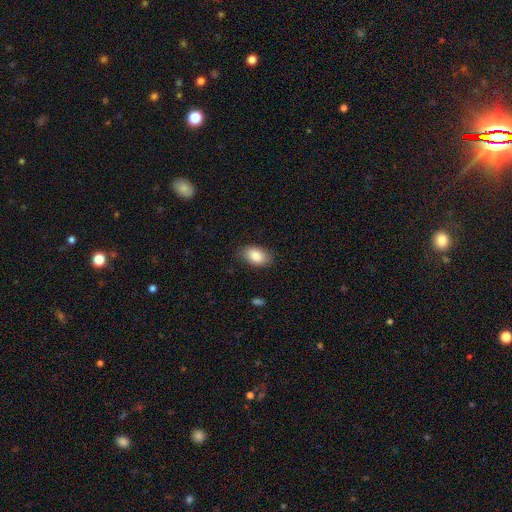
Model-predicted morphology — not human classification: This appears to be a smooth galaxy with no disk features (86%) that is in between round and cigar-shaped (90%). Merging: none (82%).